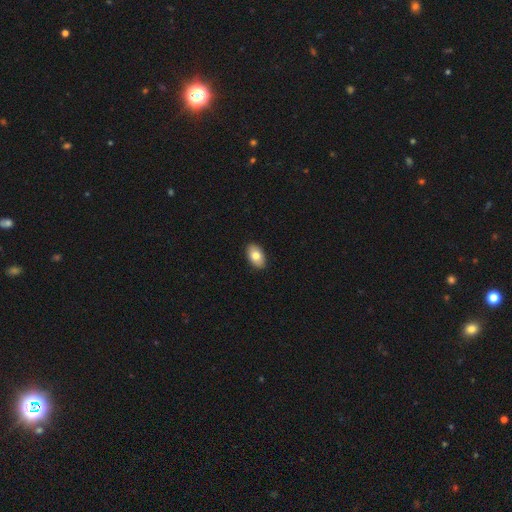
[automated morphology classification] A smooth galaxy with no disk features (80%) that is in between round and cigar-shaped (93%). Merging: none (91%).